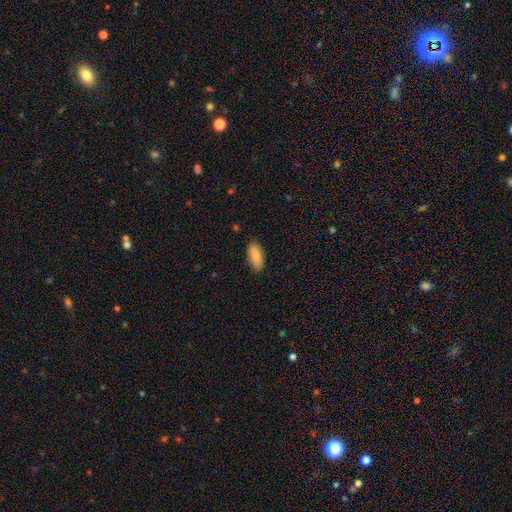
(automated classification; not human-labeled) smooth_or_featured: smooth (p=0.86) [alt: featured or disk p=0.08]
how_rounded: in between (p=0.86) [alt: cigar-shaped p=0.12]
merging: none (p=0.85) [alt: minor disturbance p=0.12]